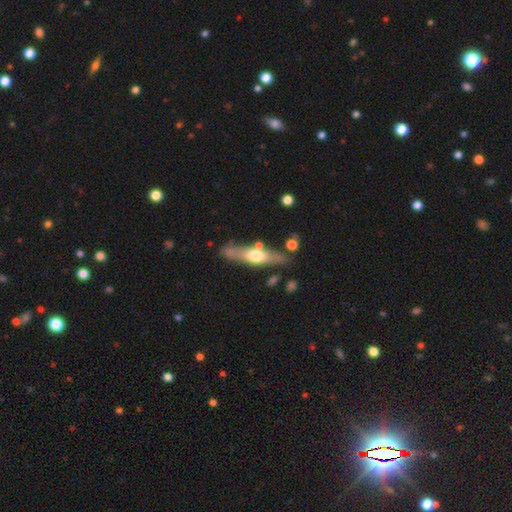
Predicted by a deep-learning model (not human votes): Morphology: type=featured or disk (53%); edge-on=yes (83%); merging=none (75%).